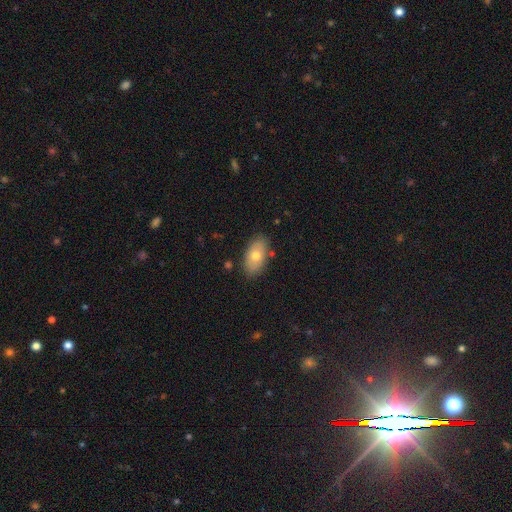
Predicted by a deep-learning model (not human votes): The model was most divided on "smooth or featured": smooth: 71%, featured or disk: 22%, star or artifact: 7%. More confident: how rounded — in between (92%); merging — none (82%).